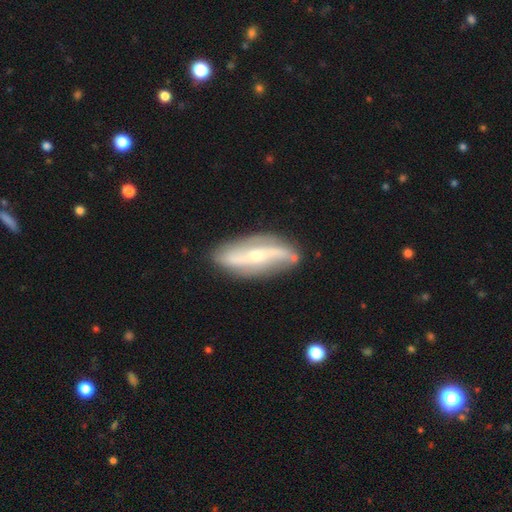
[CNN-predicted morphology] Smooth or featured?
  - featured or disk: 80% *
  - smooth: 14%
  - star or artifact: 5%
Edge-on disk?
  - no: 78% *
  - yes: 22%
Bar?
  - strong: 41% *
  - no: 33%
  - weak: 27%
Spiral arms?
  - yes: 87% *
  - no: 13%
Spiral winding?
  - loose: 64% *
  - medium: 23%
  - tight: 13%
Spiral arm count?
  - 2: 87% *
  - can't tell: 8%
  - 1: 2%
  - 3: 2%
  - 4: 1%
  - more than 4: 1%
Bulge size?
  - small: 53% *
  - moderate: 42%
  - large: 3%
  - none: 2%
  - dominant: 1%
Merging?
  - none: 80% *
  - minor disturbance: 14%
  - major disturbance: 4%
  - merger: 2%